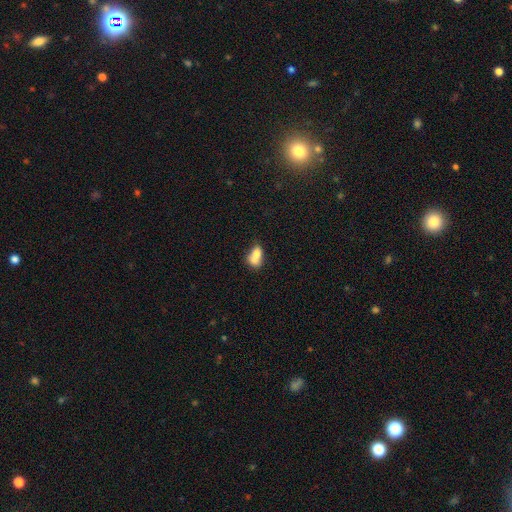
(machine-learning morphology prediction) Smooth or featured?
  - smooth: 71% *
  - featured or disk: 21%
  - star or artifact: 9%
How rounded?
  - in between: 74% *
  - round: 21%
  - cigar-shaped: 5%
Merging?
  - merger: 57% *
  - none: 24%
  - minor disturbance: 12%
  - major disturbance: 6%